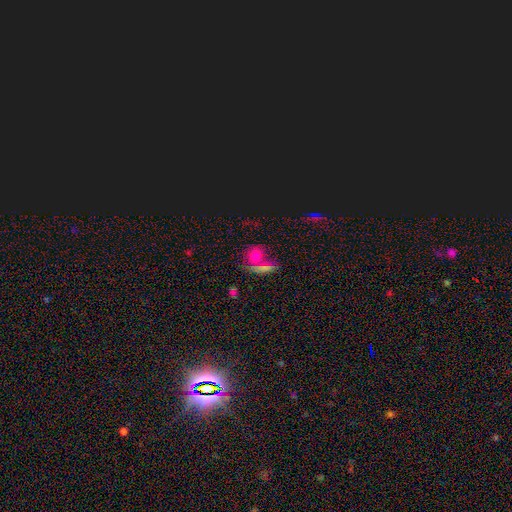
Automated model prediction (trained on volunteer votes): Smooth or featured: smooth — 63% (star or artifact — 22%)
How rounded: round — 58% (in between — 35%)
Merging: none — 51% (merger — 29%)